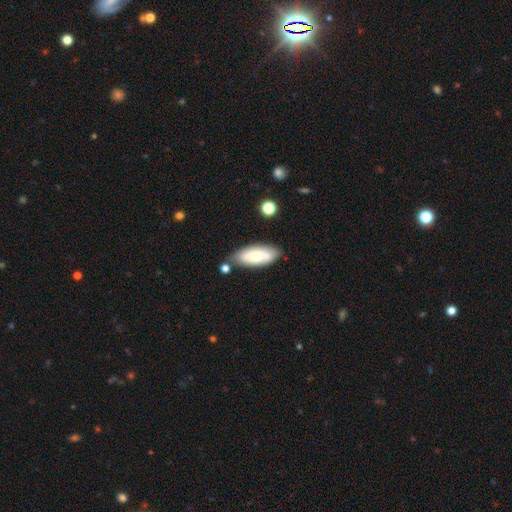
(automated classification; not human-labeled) Morphology: type=smooth (62%); roundness=in between (81%); merging=none (71%).